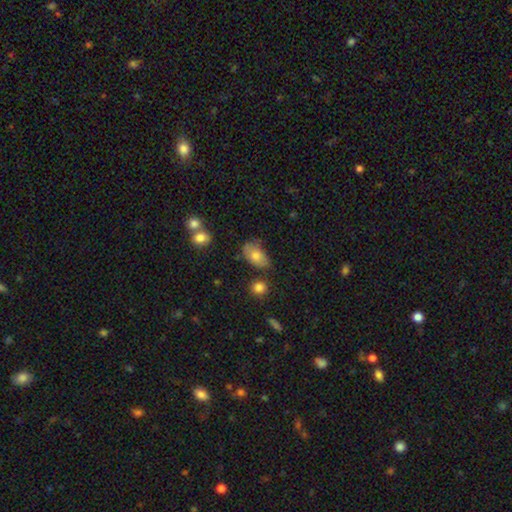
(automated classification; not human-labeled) A smooth galaxy with no disk features (75%) that is in between round and cigar-shaped (89%). Merging: none (57%).